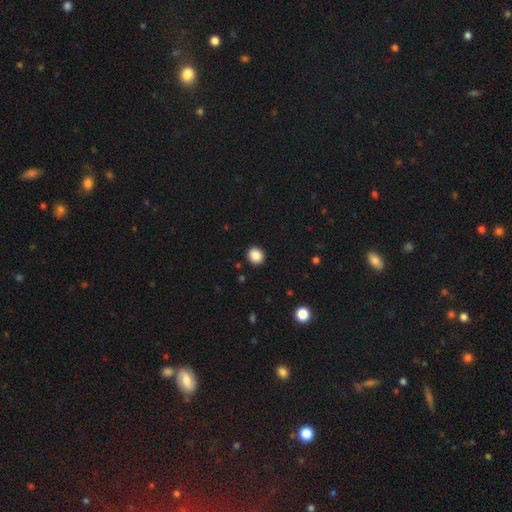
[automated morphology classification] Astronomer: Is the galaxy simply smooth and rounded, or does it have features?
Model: smooth — 87%.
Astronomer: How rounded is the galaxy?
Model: round — 84%.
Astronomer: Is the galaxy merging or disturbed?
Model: none — 92%.